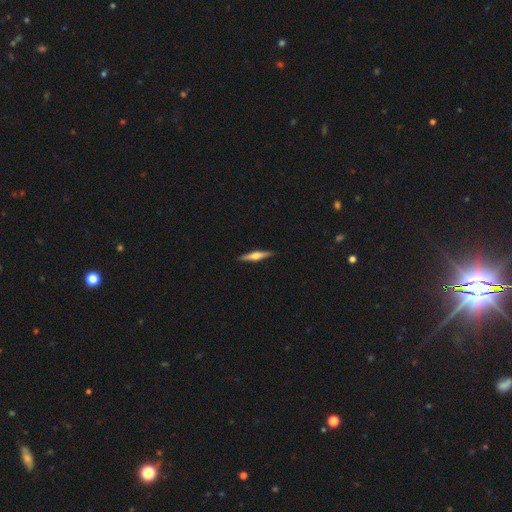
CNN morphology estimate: smooth-or-featured: featured or disk: 62% | smooth: 32% | star or artifact: 6%
  disk-edge-on: yes: 97% | no: 3%
    edge-on-bulge: rounded: 86% | boxy: 9% | none: 5%
  merging: none: 90% | minor disturbance: 7% | major disturbance: 2% | merger: 1%